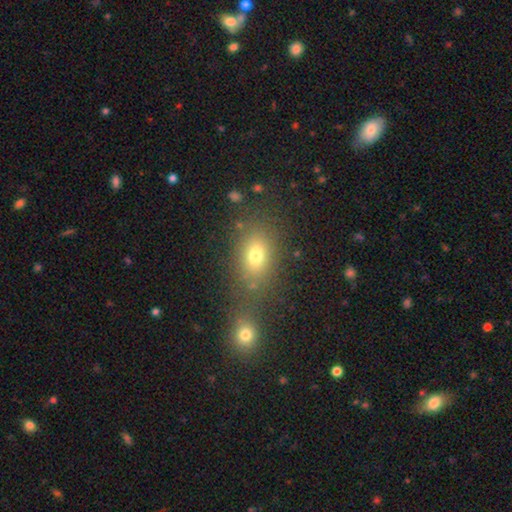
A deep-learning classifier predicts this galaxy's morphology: Smooth or featured?
  - smooth: 72% *
  - star or artifact: 16%
  - featured or disk: 12%
How rounded?
  - in between: 68% *
  - round: 30%
  - cigar-shaped: 2%
Merging?
  - none: 58% *
  - merger: 27%
  - minor disturbance: 10%
  - major disturbance: 5%